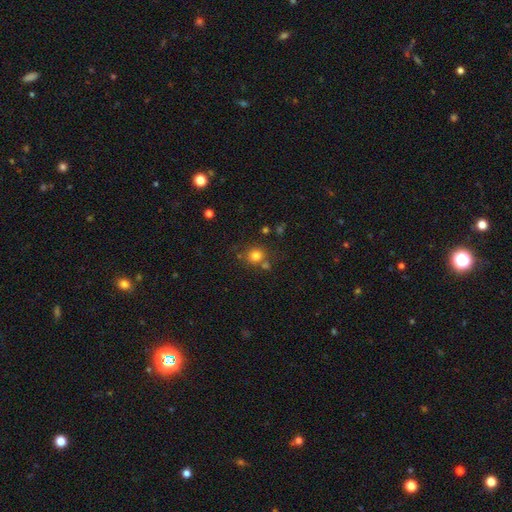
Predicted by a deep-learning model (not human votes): Smooth or featured: smooth — 79% (star or artifact — 14%)
How rounded: round — 86% (in between — 13%)
Merging: none — 70% (merger — 15%)